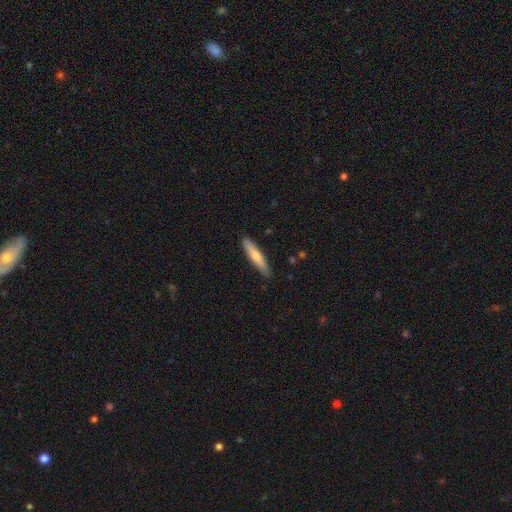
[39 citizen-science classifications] This is likely a smooth galaxy (64%). How rounded: clearly cigar-shaped (84%). Merging: clearly none (83%).